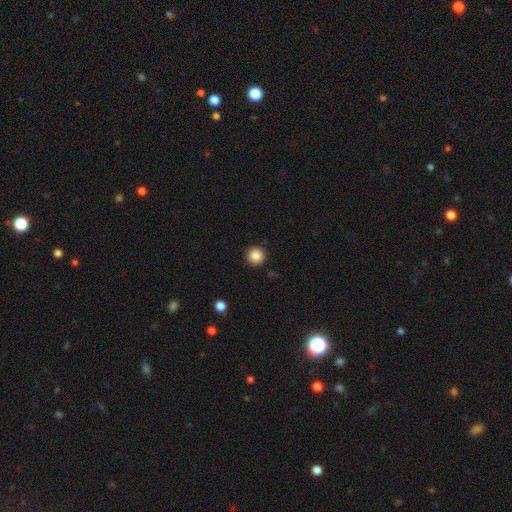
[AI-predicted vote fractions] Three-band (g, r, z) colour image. It shows a smooth galaxy with no disk features (87%) that is round (96%). Merging: none (92%).